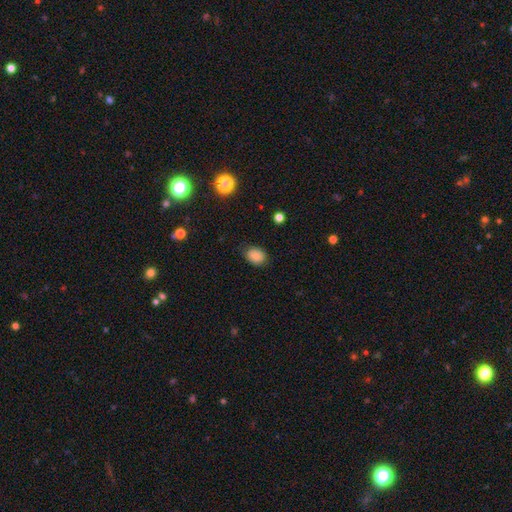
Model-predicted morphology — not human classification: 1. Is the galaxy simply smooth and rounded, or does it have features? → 84% smooth, 10% star or artifact, 6% featured or disk.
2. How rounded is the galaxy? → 58% in between, 41% round, 1% cigar-shaped.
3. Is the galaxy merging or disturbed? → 80% none, 15% minor disturbance, 3% major disturbance, 1% merger.